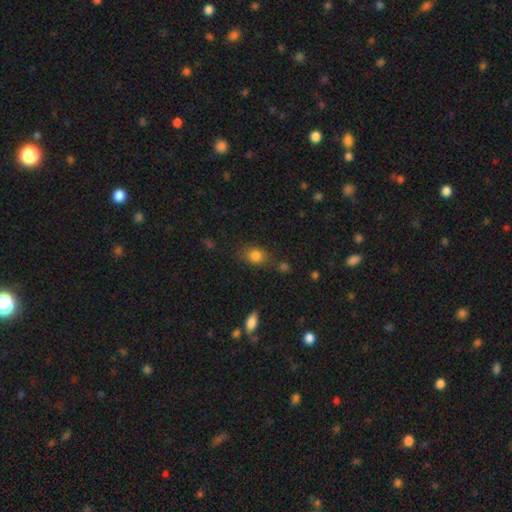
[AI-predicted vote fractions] This is clearly a smooth galaxy (82%). How rounded: possibly in between (55%). Merging: likely none (71%).